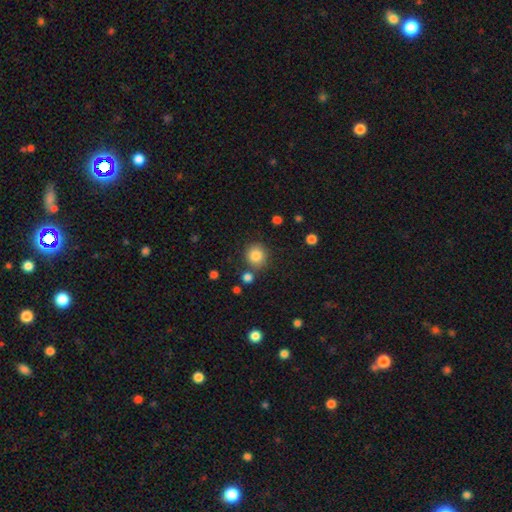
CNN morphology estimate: Smooth or featured: smooth — 85% (star or artifact — 10%)
How rounded: round — 88% (in between — 11%)
Merging: none — 80% (minor disturbance — 9%)